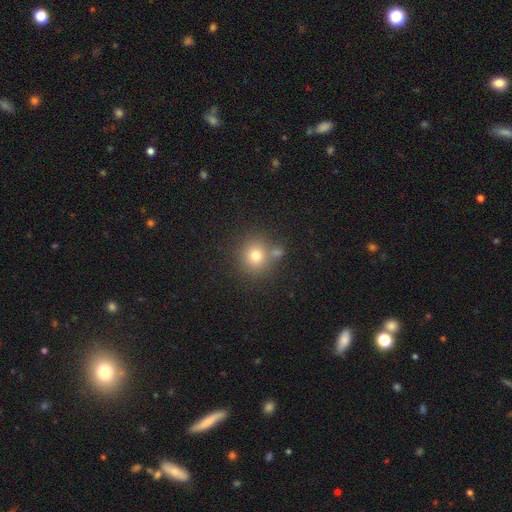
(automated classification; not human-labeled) A smooth galaxy with no disk features (75%) that is round (88%).

Vote fractions:
- Smooth or featured? smooth: 75% / star or artifact: 14% / featured or disk: 10%
- How rounded? round: 88% / in between: 11% / cigar-shaped: 1%
- Merging? none: 70% / merger: 17% / minor disturbance: 10% / major disturbance: 3%